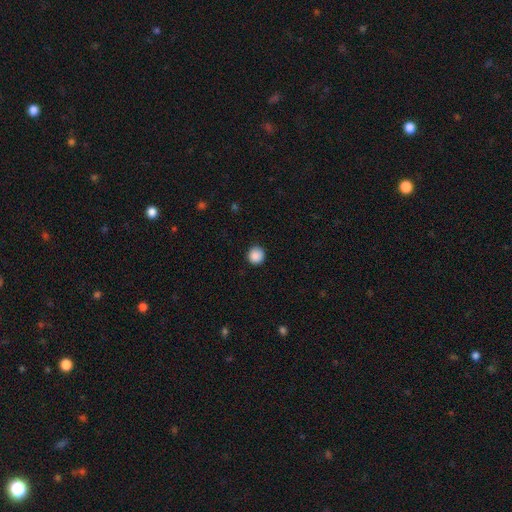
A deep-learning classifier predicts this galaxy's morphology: smooth_or_featured: smooth (p=0.88) [alt: star or artifact p=0.09]
how_rounded: round (p=0.94) [alt: in between p=0.05]
merging: none (p=0.91) [alt: minor disturbance p=0.06]